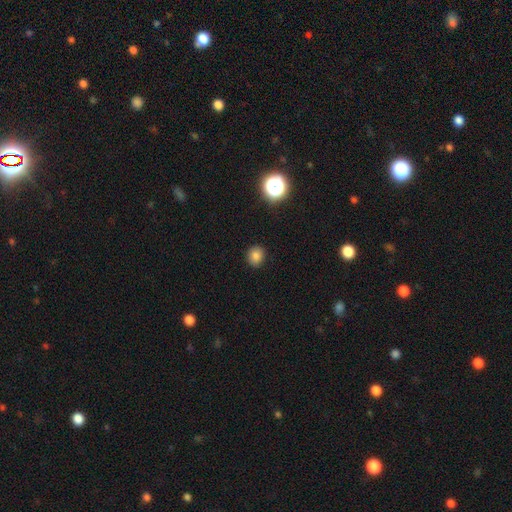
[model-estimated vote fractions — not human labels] Smooth or featured? Predicted: smooth (p=0.81). How rounded? Predicted: round (p=0.76). Merging? Predicted: none (p=0.89).